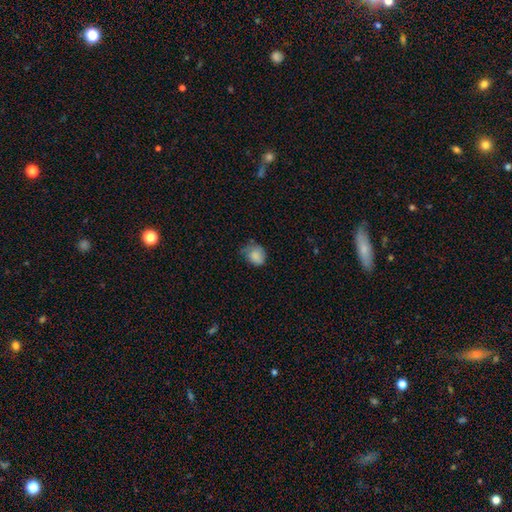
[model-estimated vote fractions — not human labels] This appears to be a smooth galaxy with no disk features (81%) that is round (58%). Merging: none (50%).